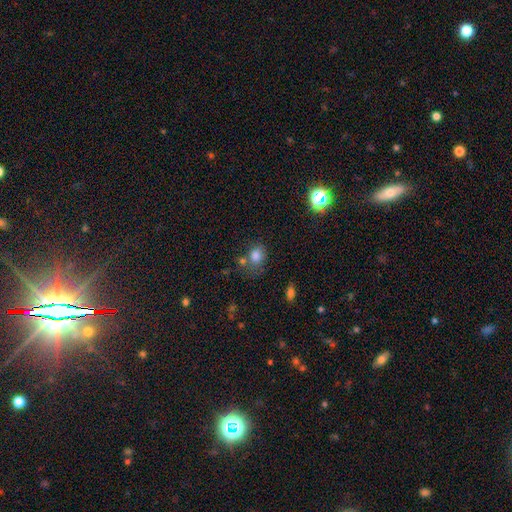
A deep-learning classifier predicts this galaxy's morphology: Overall: smooth (80%). How rounded: in between (51%; round 47%). Merging: none (53%; minor disturbance 20%).